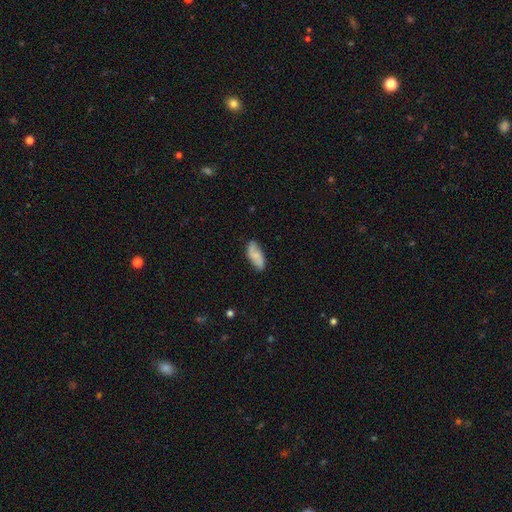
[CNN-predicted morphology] This is likely a smooth galaxy (64%). How rounded: clearly in between (85%). Merging: likely none (73%).